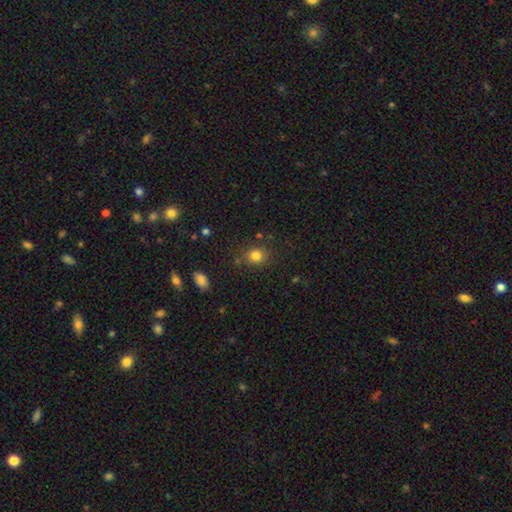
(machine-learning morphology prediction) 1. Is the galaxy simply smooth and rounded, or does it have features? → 81% smooth, 13% star or artifact, 6% featured or disk.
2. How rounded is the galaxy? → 74% round, 25% in between, 1% cigar-shaped.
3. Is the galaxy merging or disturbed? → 81% none, 11% minor disturbance, 4% major disturbance, 4% merger.